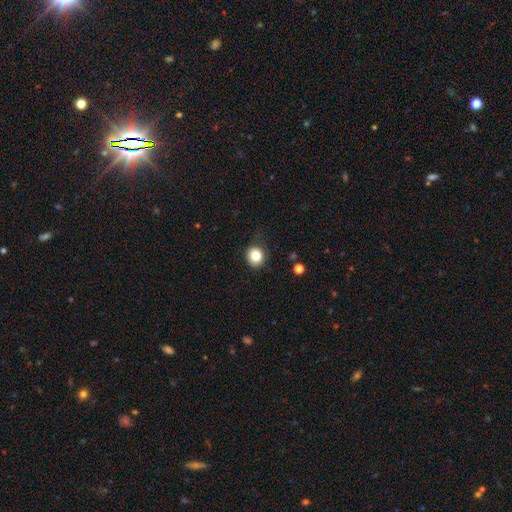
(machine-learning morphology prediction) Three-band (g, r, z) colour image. It shows a smooth galaxy with no disk features (82%) that is round (85%). Merging: none (77%).